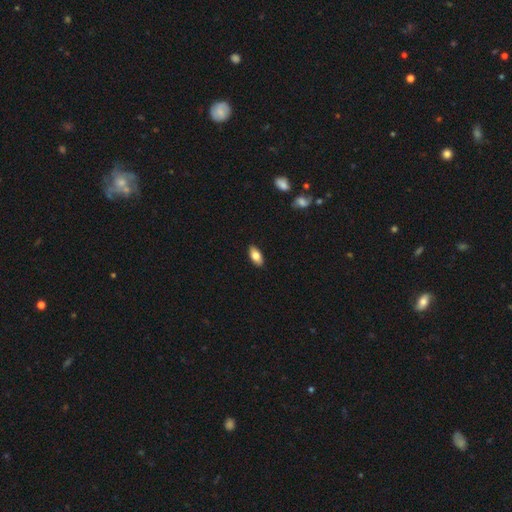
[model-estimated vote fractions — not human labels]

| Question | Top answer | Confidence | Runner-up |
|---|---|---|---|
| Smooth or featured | smooth | 79% | featured or disk (14%) |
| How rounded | in between | 91% | cigar-shaped (6%) |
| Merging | none | 89% | minor disturbance (9%) |